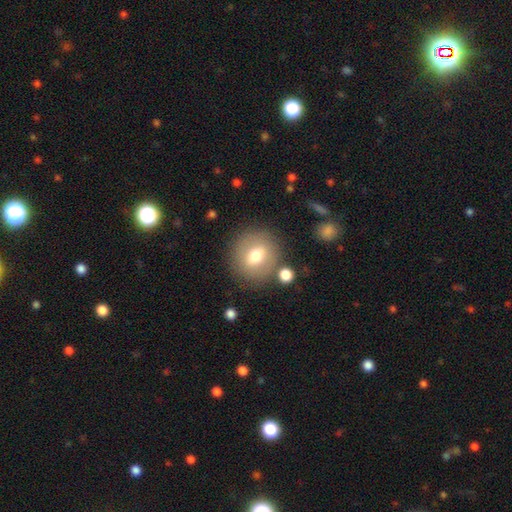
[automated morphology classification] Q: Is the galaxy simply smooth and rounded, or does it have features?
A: smooth — 66%.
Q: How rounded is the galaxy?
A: round — 81%.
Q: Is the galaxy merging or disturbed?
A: none — 81%.